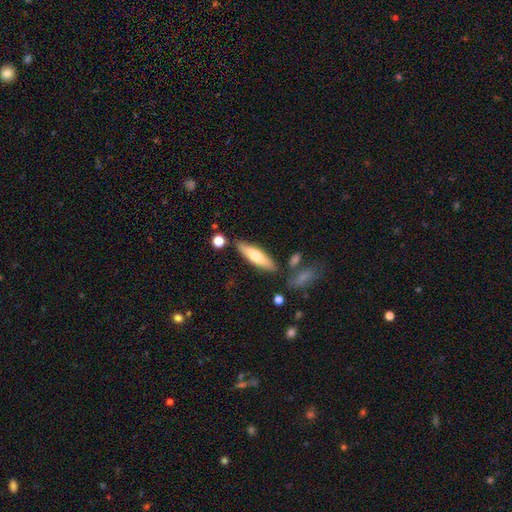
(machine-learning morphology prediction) Smooth or featured? smooth (61%)
How rounded? cigar-shaped (67%)
Merging? none (79%)